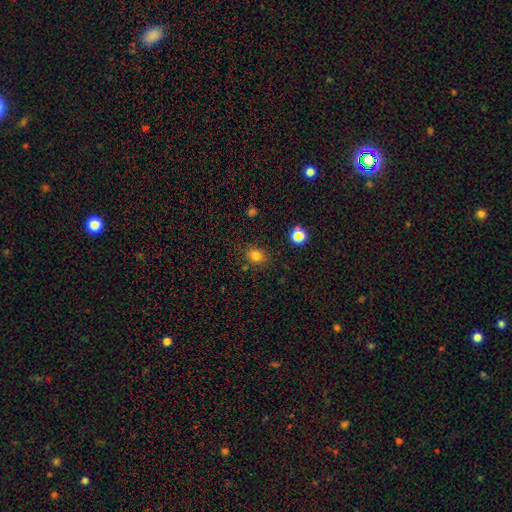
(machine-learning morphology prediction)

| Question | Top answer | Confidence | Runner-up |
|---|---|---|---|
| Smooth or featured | smooth | 81% | star or artifact (13%) |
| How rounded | round | 62% | in between (37%) |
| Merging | none | 81% | minor disturbance (12%) |